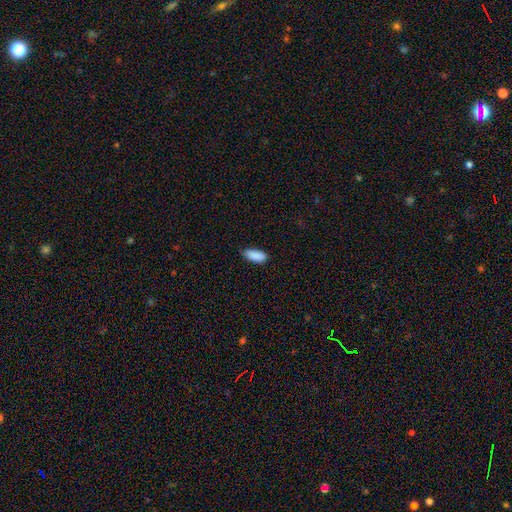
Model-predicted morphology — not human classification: This is clearly a smooth galaxy (90%). How rounded: clearly in between (84%). Merging: likely none (77%).